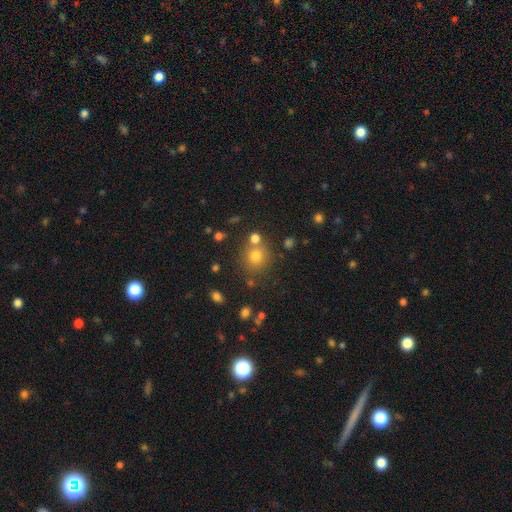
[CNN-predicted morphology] smooth_or_featured: smooth (p=0.75) [alt: star or artifact p=0.16]
how_rounded: round (p=0.90) [alt: in between p=0.10]
merging: none (p=0.73) [alt: merger p=0.14]